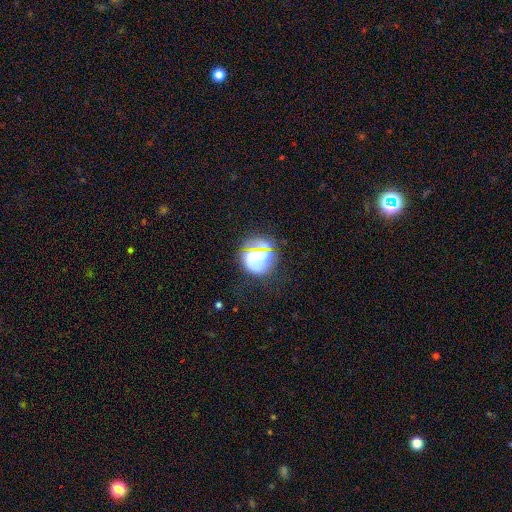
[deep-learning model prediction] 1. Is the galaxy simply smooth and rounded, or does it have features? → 57% smooth, 23% star or artifact, 20% featured or disk.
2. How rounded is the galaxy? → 77% round, 21% in between, 2% cigar-shaped.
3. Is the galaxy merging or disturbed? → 63% none, 21% minor disturbance, 11% major disturbance, 6% merger.